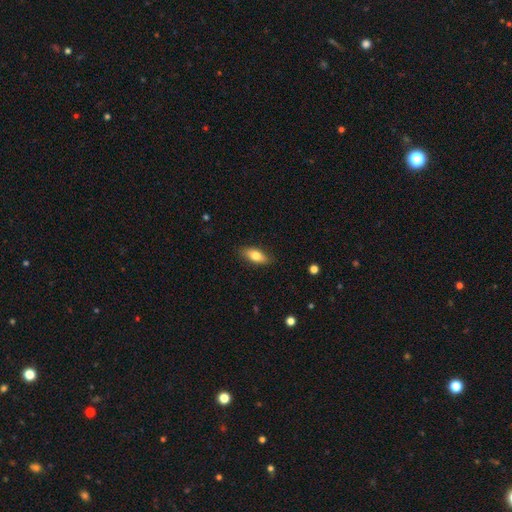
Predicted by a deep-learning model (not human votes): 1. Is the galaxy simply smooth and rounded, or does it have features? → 76% smooth, 17% featured or disk, 7% star or artifact.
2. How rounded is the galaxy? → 79% in between, 18% cigar-shaped, 3% round.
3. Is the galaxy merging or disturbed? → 86% none, 11% minor disturbance, 2% major disturbance, 1% merger.